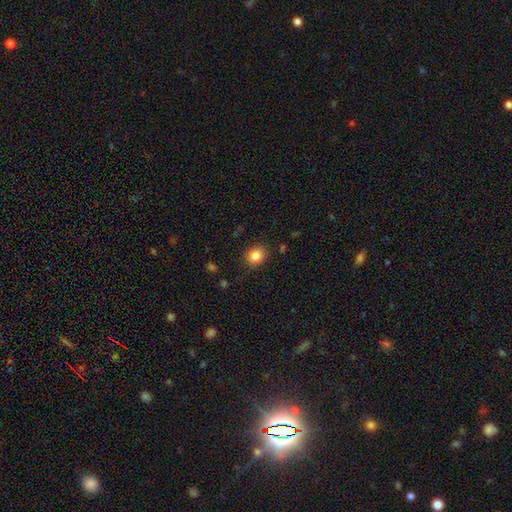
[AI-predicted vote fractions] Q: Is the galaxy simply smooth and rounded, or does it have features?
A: smooth — 83%.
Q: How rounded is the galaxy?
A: round — 70%.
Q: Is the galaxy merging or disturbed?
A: none — 85%.